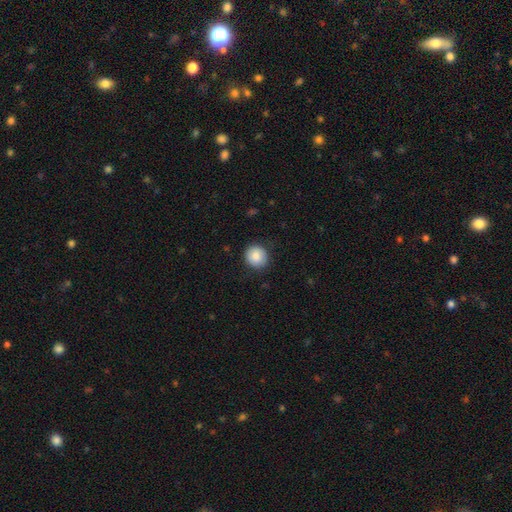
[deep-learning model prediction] Overall: smooth (84%). How rounded: round (88%). Merging: none (87%).